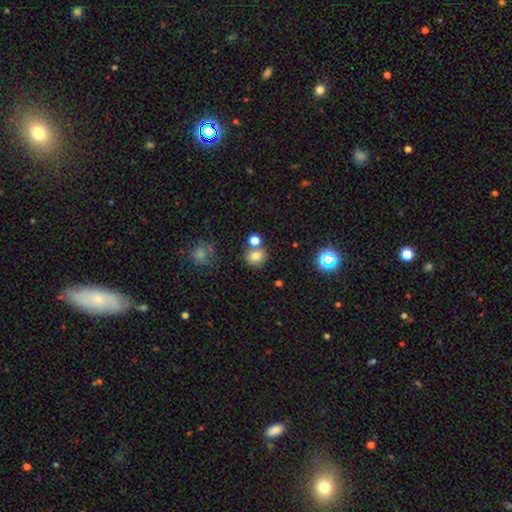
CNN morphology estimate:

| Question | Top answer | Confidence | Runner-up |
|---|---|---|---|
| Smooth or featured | smooth | 76% | star or artifact (16%) |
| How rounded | round | 72% | in between (27%) |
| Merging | none | 62% | merger (23%) |